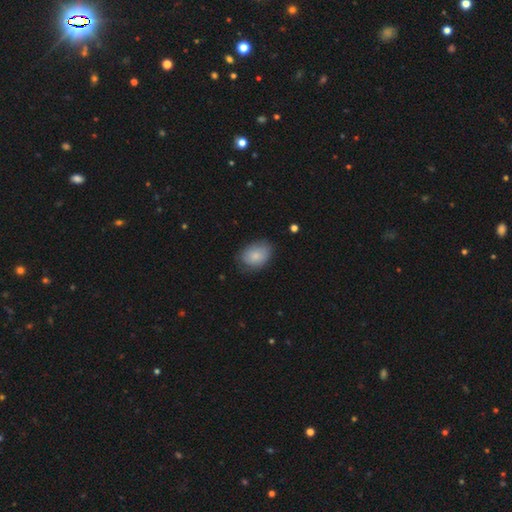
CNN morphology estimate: This is likely a smooth galaxy (79%). How rounded: likely in between (77%). Merging: likely none (71%).